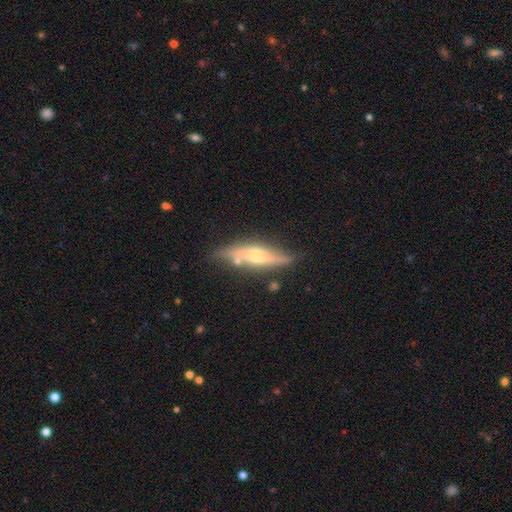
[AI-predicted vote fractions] A featured or disk galaxy (64%) viewed edge-on (88%) with a rounded central bulge (77%).

Vote fractions:
- Smooth or featured? featured or disk: 64% / smooth: 29% / star or artifact: 6%
- Edge-on disk? yes: 88% / no: 12%
- Edge-on bulge? rounded: 77% / boxy: 13% / none: 10%
- Merging? none: 73% / minor disturbance: 18% / merger: 5% / major disturbance: 4%